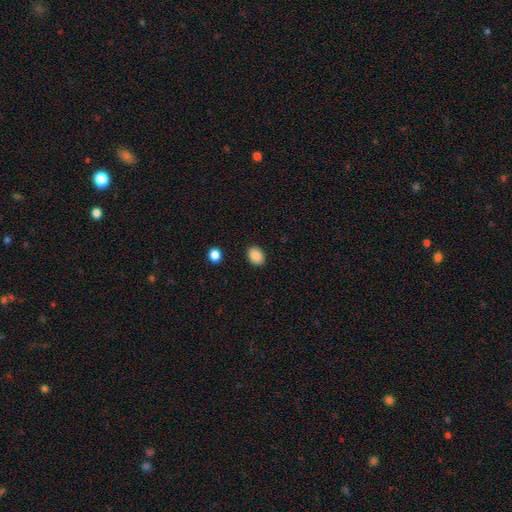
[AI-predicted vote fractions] Q: Smooth or featured?
A: smooth (87%); runner-up: star or artifact (8%)
Q: How rounded?
A: in between (67%); runner-up: round (32%)
Q: Merging?
A: none (88%); runner-up: minor disturbance (8%)